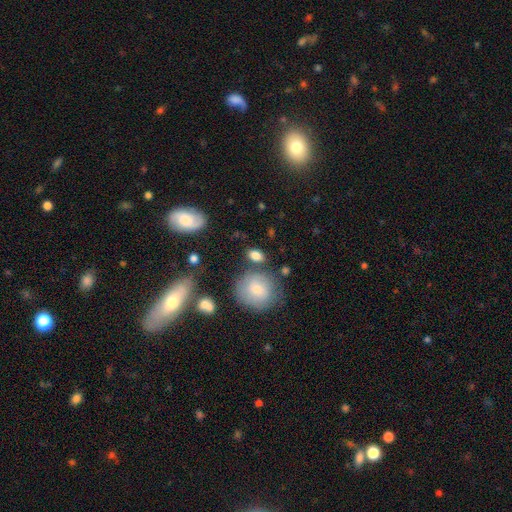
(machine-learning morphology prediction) smooth-or-featured: smooth: 80% | featured or disk: 11% | star or artifact: 9%
  how-rounded: in between: 66% | round: 31% | cigar-shaped: 3%
  merging: none: 71% | minor disturbance: 14% | merger: 9% | major disturbance: 5%